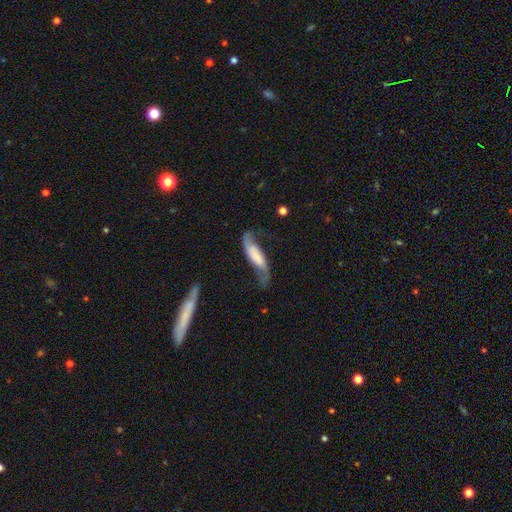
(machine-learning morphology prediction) The model was most divided on "bar": no: 44%, weak: 31%, strong: 25%. Remaining: spiral arms — yes (90%); edge-on disk — no (81%); smooth or featured — featured or disk (63%); merging — none (50%); bulge size — none (39%).